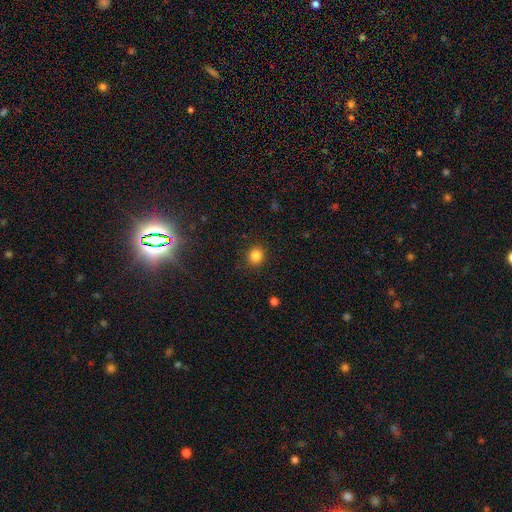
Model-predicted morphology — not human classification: Smooth or featured? Predicted: smooth (p=0.84). How rounded? Predicted: round (p=0.83). Merging? Predicted: none (p=0.90).